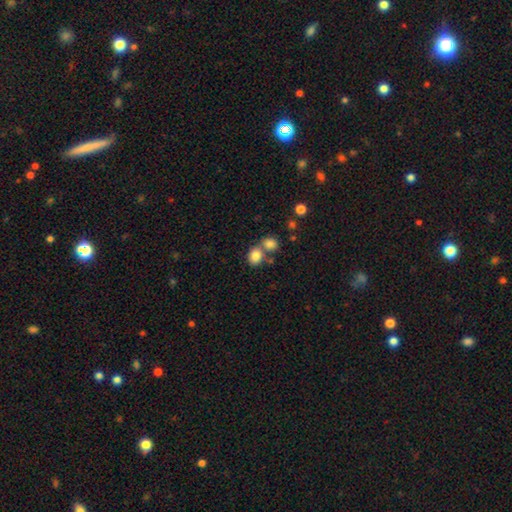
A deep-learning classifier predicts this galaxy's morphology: smooth_or_featured: smooth (p=0.83) [alt: star or artifact p=0.10]
how_rounded: round (p=0.53) [alt: in between p=0.46]
merging: none (p=0.45) [alt: merger p=0.42]